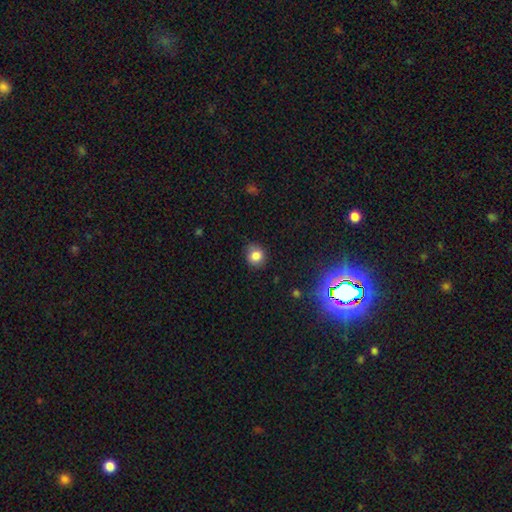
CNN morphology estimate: smooth 82%, star or artifact 11%, featured or disk 7%. Down the decision tree: how rounded — round (82%); merging — none (78%).